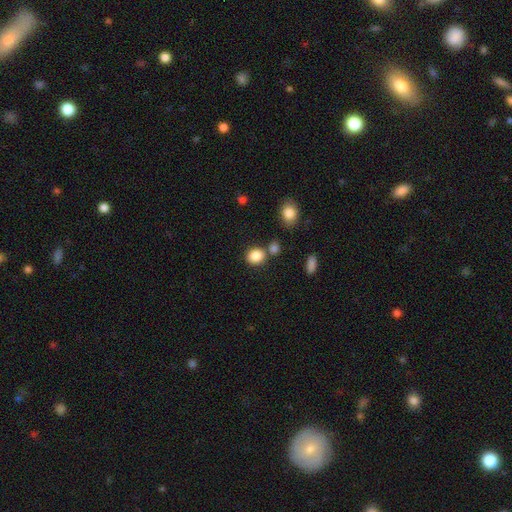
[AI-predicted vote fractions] smooth_or_featured: smooth (p=0.86) [alt: star or artifact p=0.09]
how_rounded: round (p=0.66) [alt: in between p=0.32]
merging: none (p=0.69) [alt: merger p=0.16]